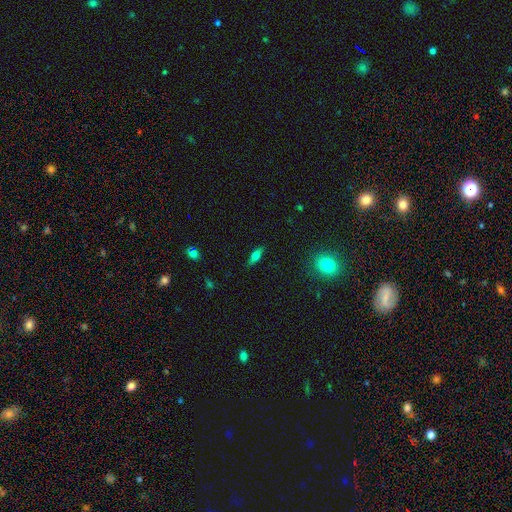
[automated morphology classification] This appears to be a smooth galaxy with no disk features (65%) that is in between round and cigar-shaped (65%). Merging: none (86%).